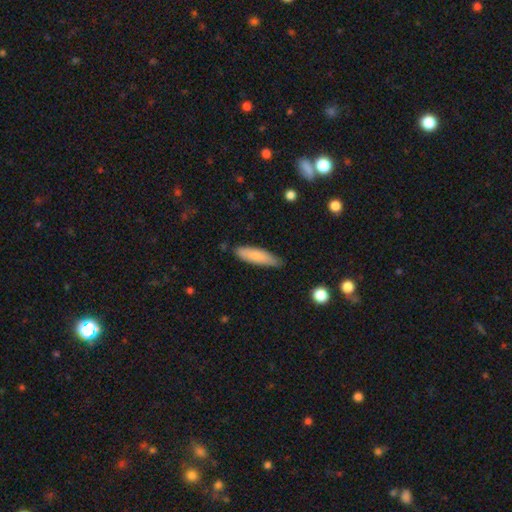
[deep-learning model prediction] The model was most divided on "how rounded": cigar-shaped: 67%, in between: 32%, round: 1%. More confident: smooth or featured — smooth (82%); merging — none (78%).